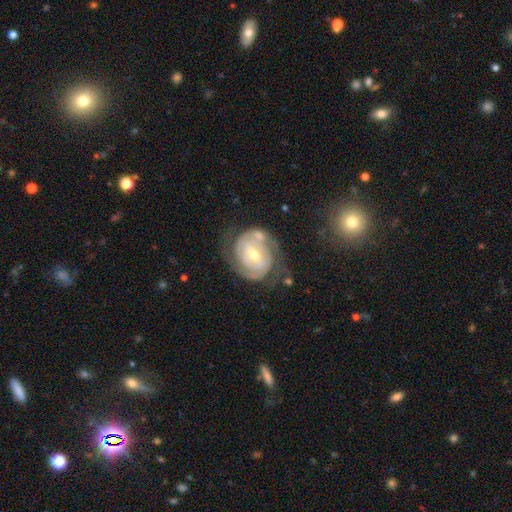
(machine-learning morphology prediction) A featured or disk galaxy (87%) with a weak bar (51%), 2 (70%) tight (69%) spiral arms (96%) and a moderate central bulge (53%). Merging: none (65%).